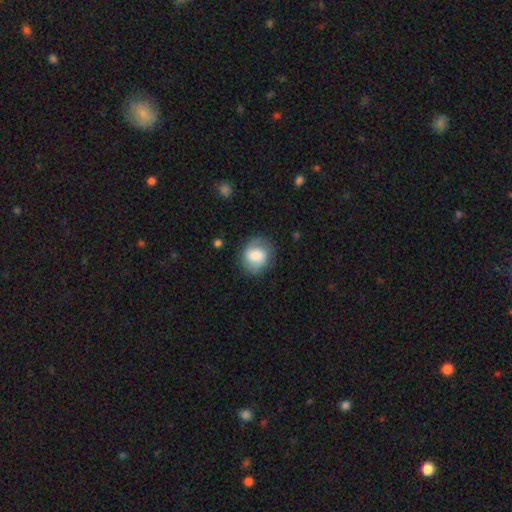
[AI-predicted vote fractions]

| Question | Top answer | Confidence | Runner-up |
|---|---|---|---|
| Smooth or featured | smooth | 64% | featured or disk (29%) |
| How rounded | round | 66% | in between (33%) |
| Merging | none | 74% | minor disturbance (17%) |